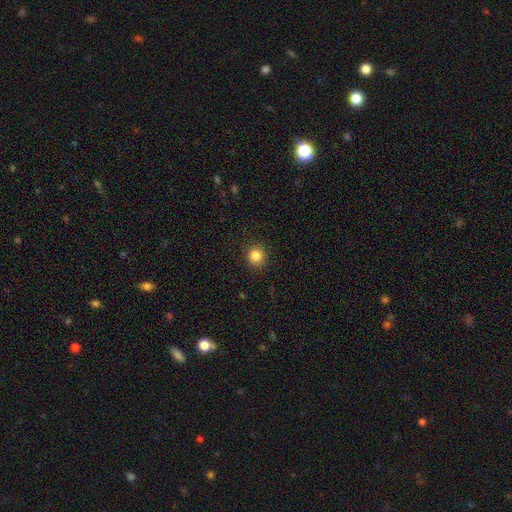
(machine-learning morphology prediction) smooth 85%, star or artifact 11%, featured or disk 4%. Down the decision tree: how rounded — round (91%); merging — none (91%).